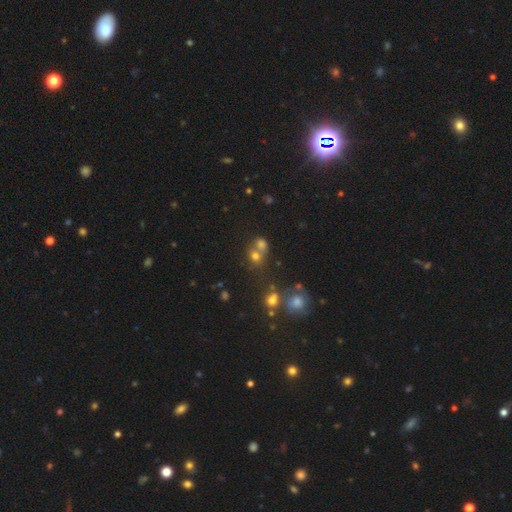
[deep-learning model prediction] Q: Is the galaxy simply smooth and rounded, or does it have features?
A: smooth — 65%.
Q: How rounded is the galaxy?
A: round — 75%.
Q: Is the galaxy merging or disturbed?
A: merger — 47%.